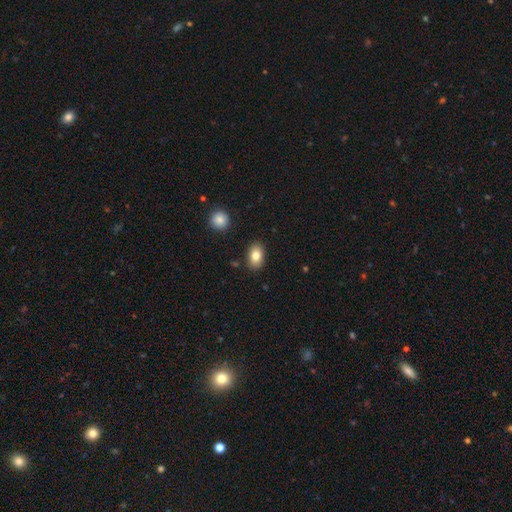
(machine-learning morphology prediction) This is clearly a smooth galaxy (82%). How rounded: clearly in between (87%). Merging: clearly none (87%).